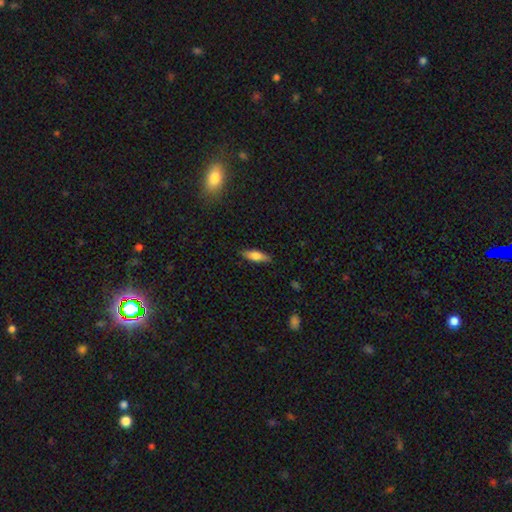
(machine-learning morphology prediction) The model was most divided on "how rounded" (2-way tie): cigar-shaped: 49%, in between: 49%, round: 2%. More confident: merging — none (85%); smooth or featured — smooth (69%).